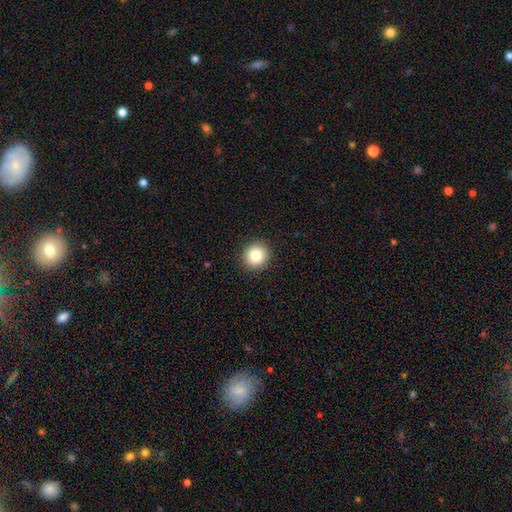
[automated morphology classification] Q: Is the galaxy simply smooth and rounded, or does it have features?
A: smooth — 83%.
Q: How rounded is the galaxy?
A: round — 92%.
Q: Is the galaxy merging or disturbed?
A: none — 93%.